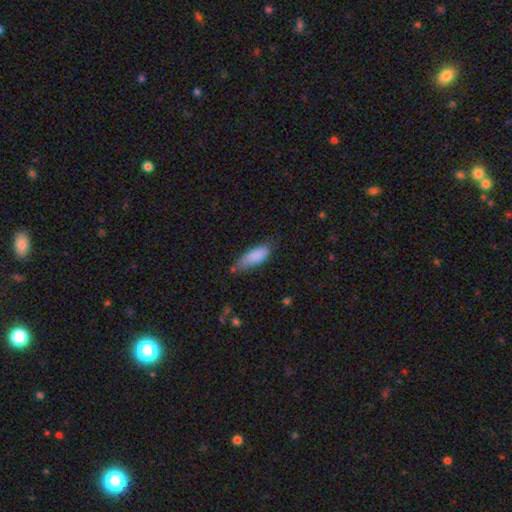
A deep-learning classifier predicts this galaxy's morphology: Smooth or featured: smooth — 86% (featured or disk — 7%)
How rounded: in between — 68% (cigar-shaped — 30%)
Merging: none — 52% (minor disturbance — 36%)